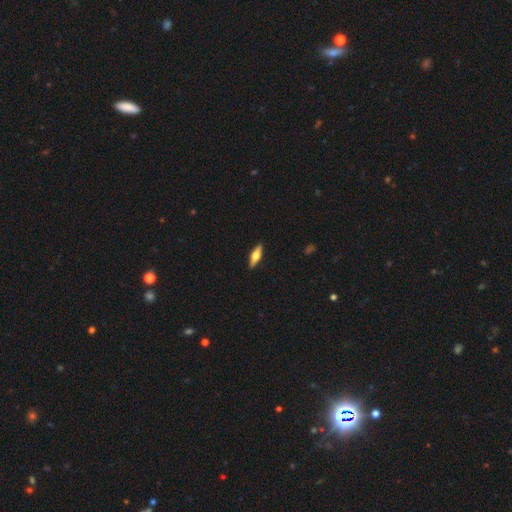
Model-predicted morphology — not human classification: smooth-or-featured: featured or disk: 58% | smooth: 36% | star or artifact: 6%
  disk-edge-on: yes: 95% | no: 5%
    edge-on-bulge: rounded: 94% | boxy: 4% | none: 2%
  merging: none: 91% | minor disturbance: 7% | major disturbance: 1% | merger: 1%